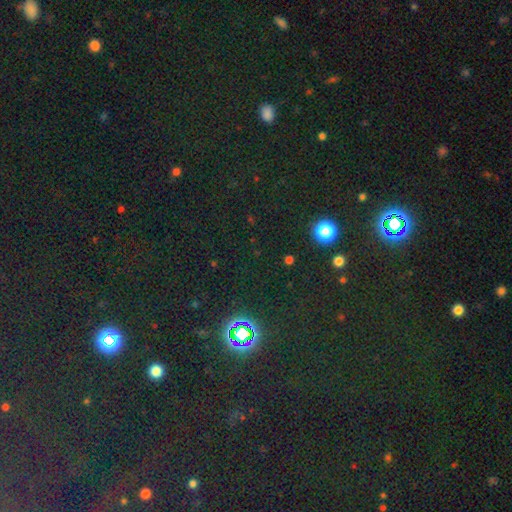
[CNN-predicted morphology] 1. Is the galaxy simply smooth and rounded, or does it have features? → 72% star or artifact, 20% smooth, 8% featured or disk.